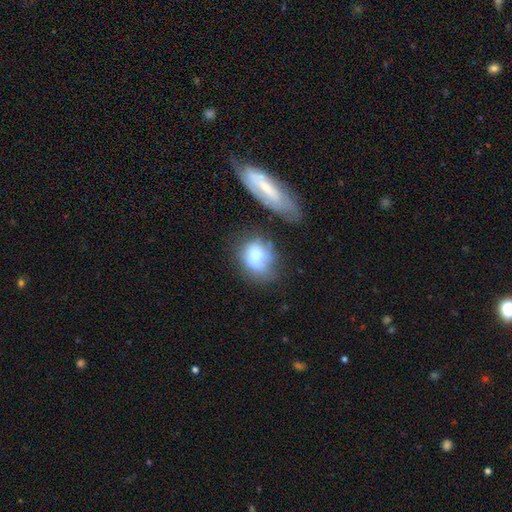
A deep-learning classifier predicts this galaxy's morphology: Smooth or featured? Predicted: smooth (p=0.65). How rounded? Predicted: in between (p=0.54). Merging? Predicted: none (p=0.42).